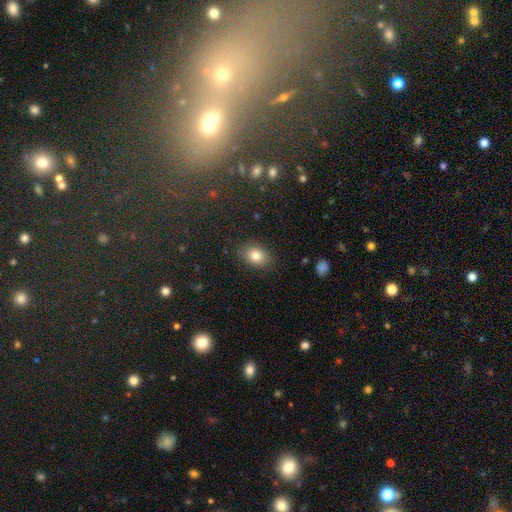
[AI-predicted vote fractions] This is clearly a smooth galaxy (82%). How rounded: likely in between (75%). Merging: clearly none (85%).